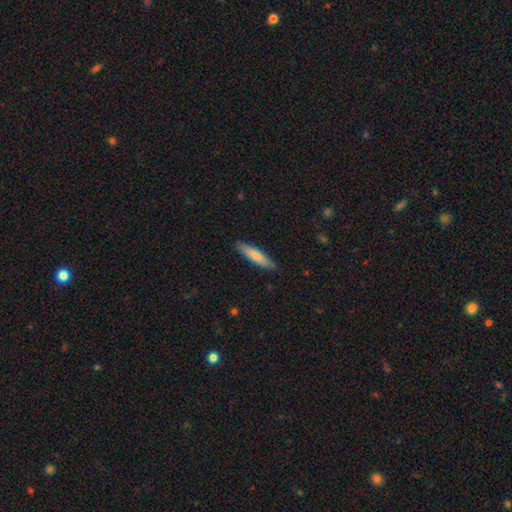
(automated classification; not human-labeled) smooth_or_featured: smooth (p=0.75) [alt: featured or disk p=0.19]
how_rounded: cigar-shaped (p=0.83) [alt: in between p=0.16]
merging: none (p=0.88) [alt: minor disturbance p=0.09]